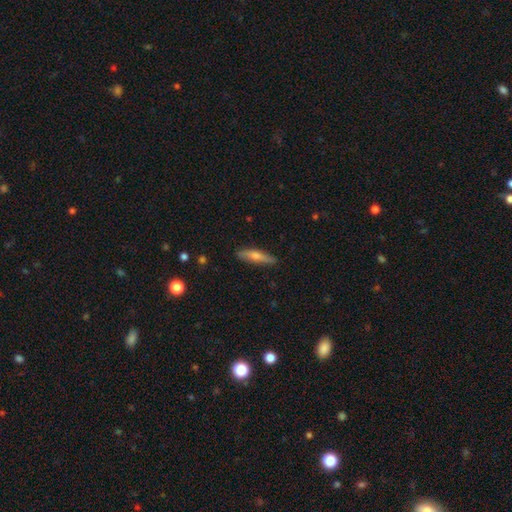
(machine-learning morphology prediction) Smooth or featured: smooth — 54% (featured or disk — 40%)
How rounded: cigar-shaped — 82% (in between — 16%)
Merging: none — 86% (minor disturbance — 11%)